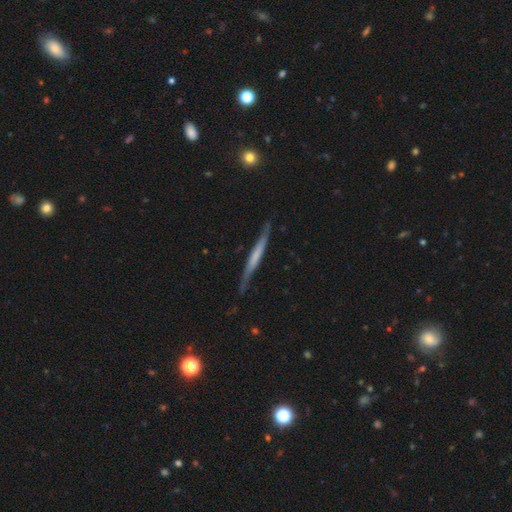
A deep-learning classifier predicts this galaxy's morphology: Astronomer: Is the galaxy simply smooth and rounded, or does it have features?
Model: featured or disk — 57% (runner-up: smooth, 38%).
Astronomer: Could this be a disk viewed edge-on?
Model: yes — 94%.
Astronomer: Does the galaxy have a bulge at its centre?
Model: none — 65%.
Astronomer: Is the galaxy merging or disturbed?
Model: none — 78%.